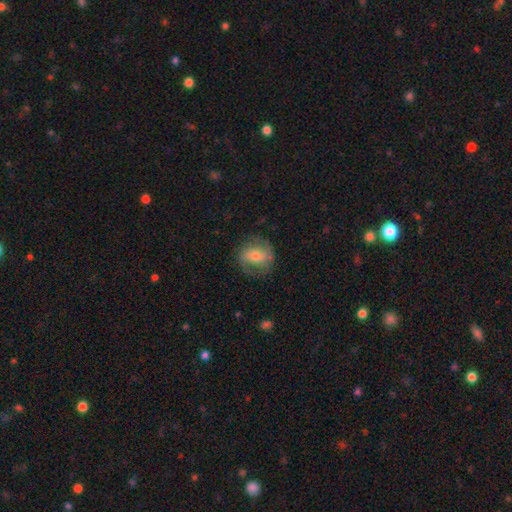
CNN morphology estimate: Q: Smooth or featured?
A: featured or disk (50%); runner-up: smooth (43%)
Q: Merging?
A: none (73%); runner-up: minor disturbance (17%)